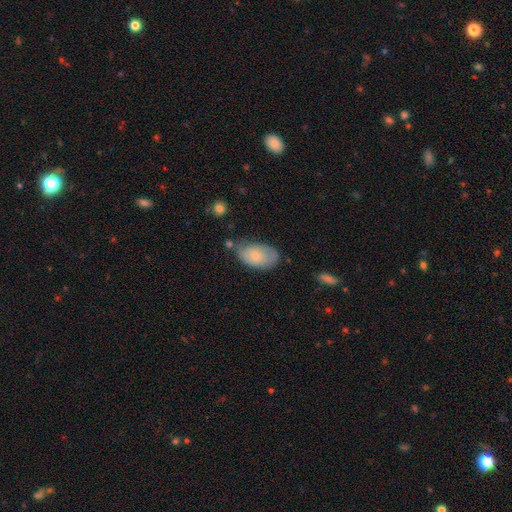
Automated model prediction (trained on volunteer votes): Smooth or featured: smooth — 71% (featured or disk — 22%)
How rounded: in between — 93% (round — 5%)
Merging: none — 57% (minor disturbance — 30%)